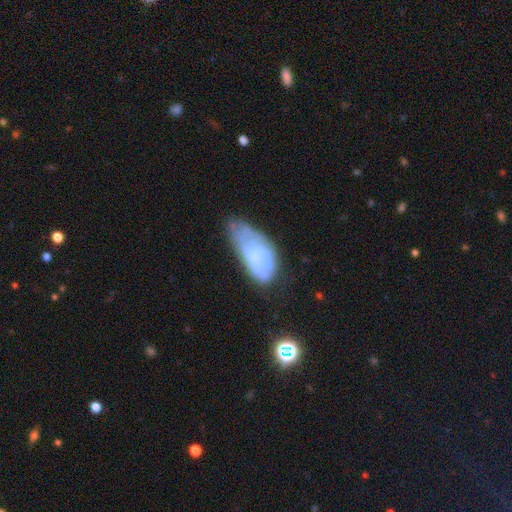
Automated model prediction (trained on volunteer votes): Smooth or featured? featured or disk (51%)
Edge-on disk? no (93%)
Merging? none (38%)